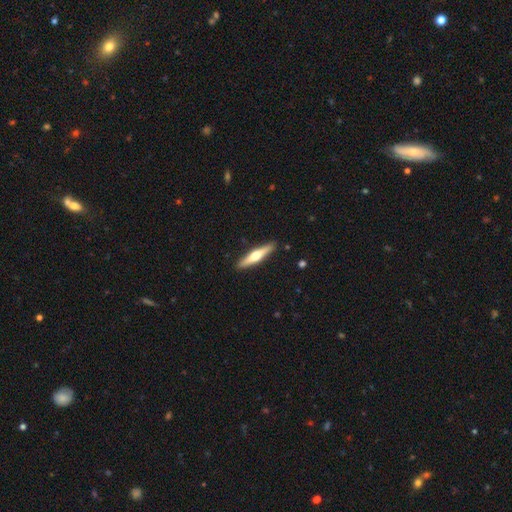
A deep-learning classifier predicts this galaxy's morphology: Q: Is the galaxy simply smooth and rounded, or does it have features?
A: featured or disk — 57%.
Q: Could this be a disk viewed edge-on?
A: yes — 96%.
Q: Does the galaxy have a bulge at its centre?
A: rounded — 93%.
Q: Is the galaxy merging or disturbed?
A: none — 91%.